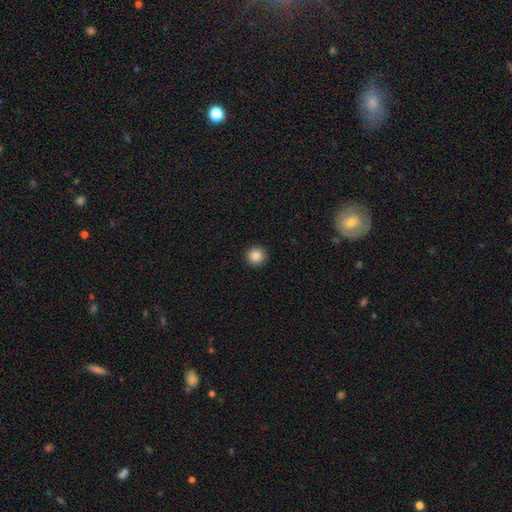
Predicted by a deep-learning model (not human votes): Smooth or featured?
  - smooth: 87% *
  - star or artifact: 10%
  - featured or disk: 3%
How rounded?
  - round: 95% *
  - in between: 4%
  - cigar-shaped: 1%
Merging?
  - none: 93% *
  - minor disturbance: 4%
  - major disturbance: 2%
  - merger: 1%